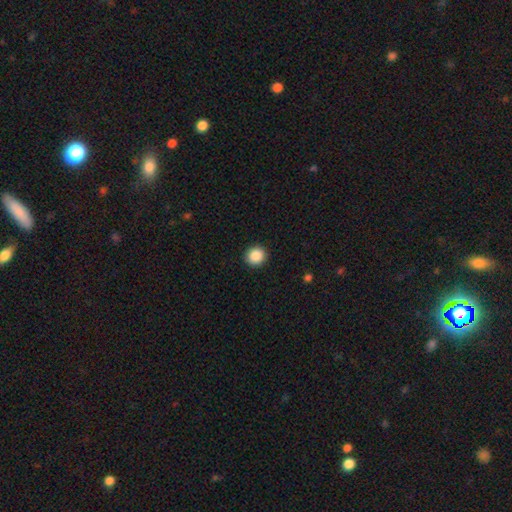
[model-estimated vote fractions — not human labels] Q: Smooth or featured?
A: smooth (88%); runner-up: star or artifact (9%)
Q: How rounded?
A: round (90%); runner-up: in between (9%)
Q: Merging?
A: none (92%); runner-up: minor disturbance (5%)